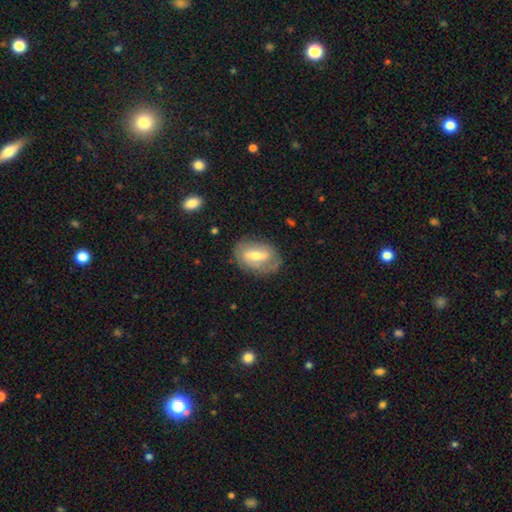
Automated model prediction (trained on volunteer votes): A featured or disk galaxy (58%) with a weak bar (43%), spiral arms (63%) and a moderate central bulge (58%).

Vote fractions:
- Smooth or featured? featured or disk: 58% / smooth: 35% / star or artifact: 7%
- Edge-on disk? no: 91% / yes: 9%
- Bar? weak: 43% / strong: 39% / no: 18%
- Spiral arms? yes: 63% / no: 37%
- Bulge size? moderate: 58% / small: 32% / large: 7% / none: 2% / dominant: 1%
- Merging? none: 72% / minor disturbance: 19% / major disturbance: 7% / merger: 1%